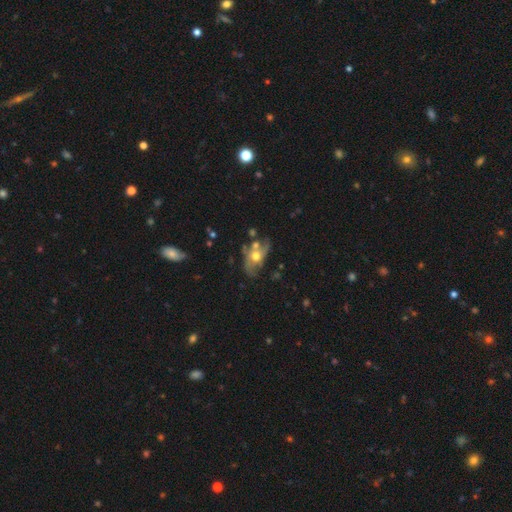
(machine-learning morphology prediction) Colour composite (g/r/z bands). It shows a featured or disk galaxy (57%) with no bar (83%), no spiral arms (51%) and a moderate central bulge (73%). Merging: none (42%).